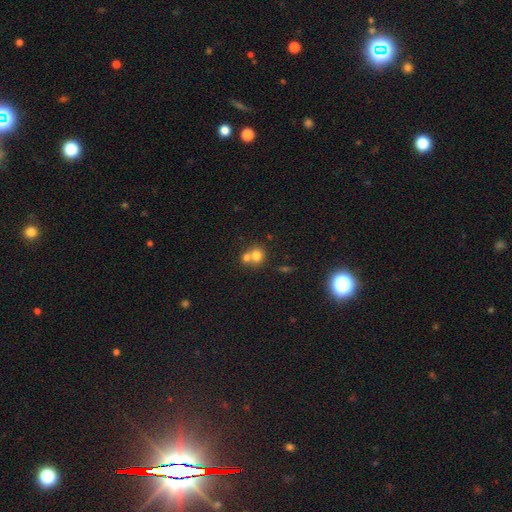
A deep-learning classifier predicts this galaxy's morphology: This is likely a smooth galaxy (75%). How rounded: likely round (76%). Merging: possibly merger (55%).